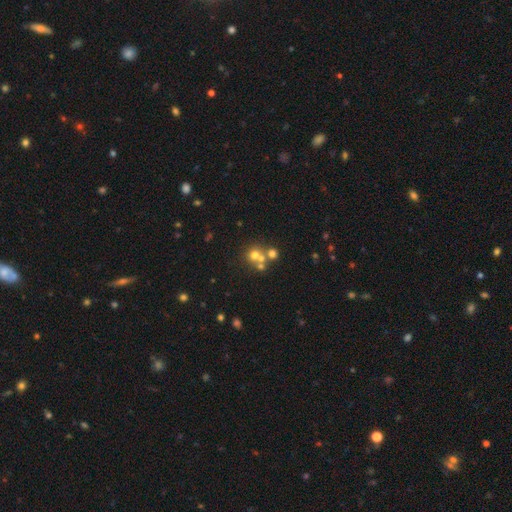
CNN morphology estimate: smooth_or_featured: smooth (p=0.59) [alt: featured or disk p=0.22]
how_rounded: round (p=0.86) [alt: in between p=0.13]
merging: none (p=0.47) [alt: merger p=0.42]